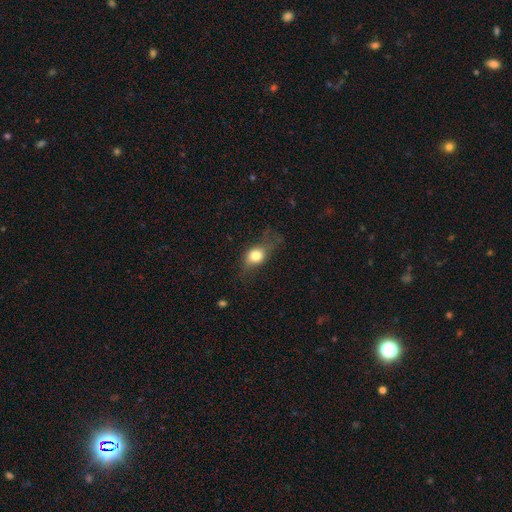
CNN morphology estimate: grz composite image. It shows a smooth galaxy with no disk features (73%) that is in between round and cigar-shaped (57%). Merging: none (50%).